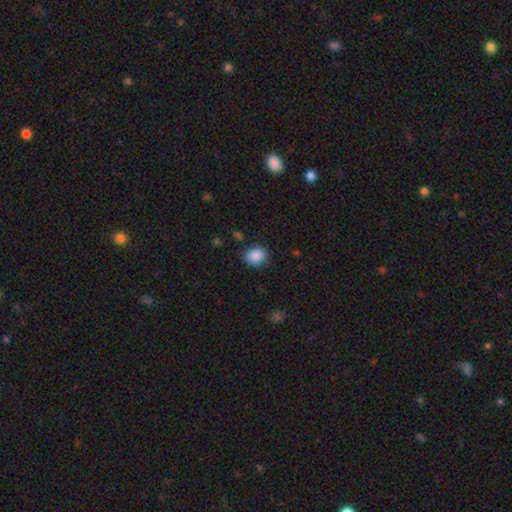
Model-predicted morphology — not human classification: Smooth or featured? Predicted: smooth (p=0.88). How rounded? Predicted: round (p=0.53). Merging? Predicted: none (p=0.83).